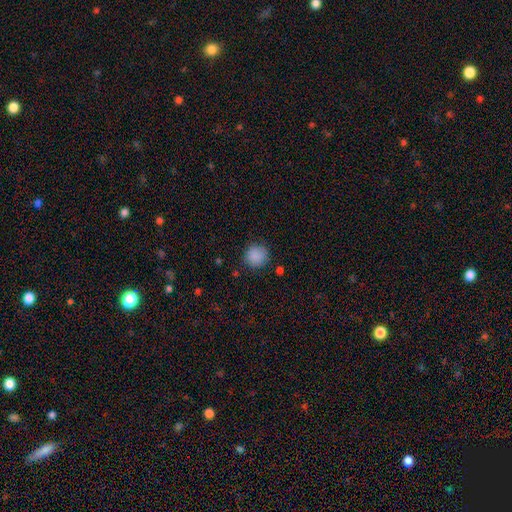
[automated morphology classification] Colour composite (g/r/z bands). It shows a smooth galaxy with no disk features (87%) that is round (91%). Merging: none (85%).